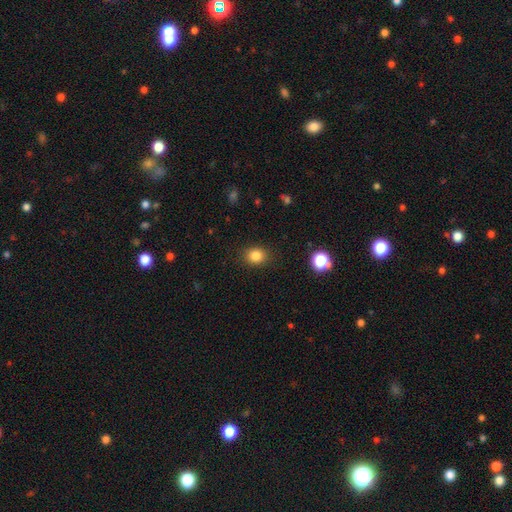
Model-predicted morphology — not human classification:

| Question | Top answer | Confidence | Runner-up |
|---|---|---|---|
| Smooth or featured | smooth | 83% | star or artifact (12%) |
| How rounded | round | 64% | in between (35%) |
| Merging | none | 88% | minor disturbance (8%) |